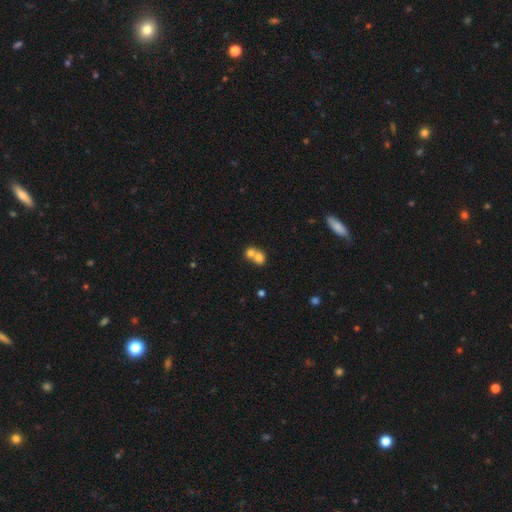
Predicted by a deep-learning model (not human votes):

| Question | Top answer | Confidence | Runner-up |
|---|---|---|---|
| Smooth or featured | smooth | 75% | featured or disk (15%) |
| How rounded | round | 70% | in between (29%) |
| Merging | merger | 70% | none (23%) |